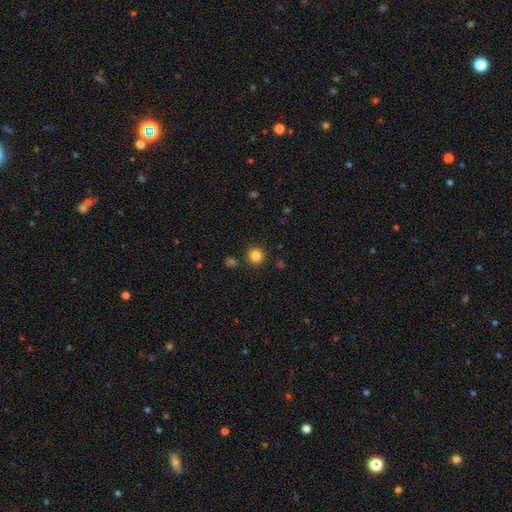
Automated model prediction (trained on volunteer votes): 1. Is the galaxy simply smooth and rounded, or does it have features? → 84% smooth, 11% star or artifact, 4% featured or disk.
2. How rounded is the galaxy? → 94% round, 5% in between, 1% cigar-shaped.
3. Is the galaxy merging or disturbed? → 89% none, 6% minor disturbance, 3% merger, 2% major disturbance.